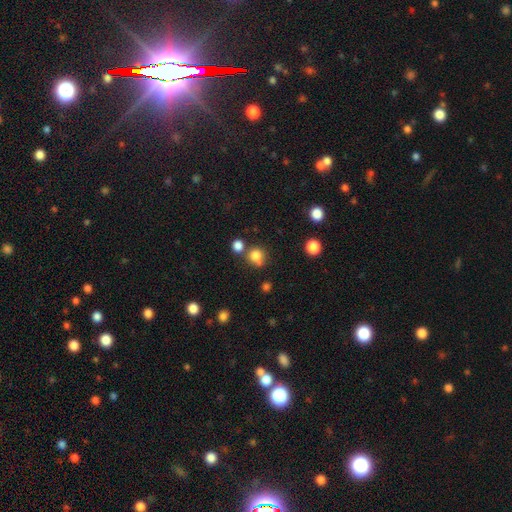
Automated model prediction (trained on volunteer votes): A smooth galaxy with no disk features (80%) that is round (86%).

Vote fractions:
- Smooth or featured? smooth: 80% / star or artifact: 13% / featured or disk: 6%
- How rounded? round: 86% / in between: 13% / cigar-shaped: 1%
- Merging? none: 61% / merger: 22% / minor disturbance: 12% / major disturbance: 5%